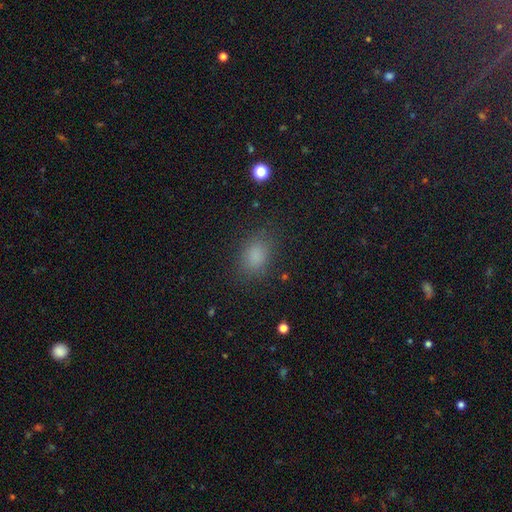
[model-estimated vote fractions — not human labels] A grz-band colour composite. It shows a smooth galaxy with no disk features (82%) that is in between round and cigar-shaped (70%). Merging: none (81%).